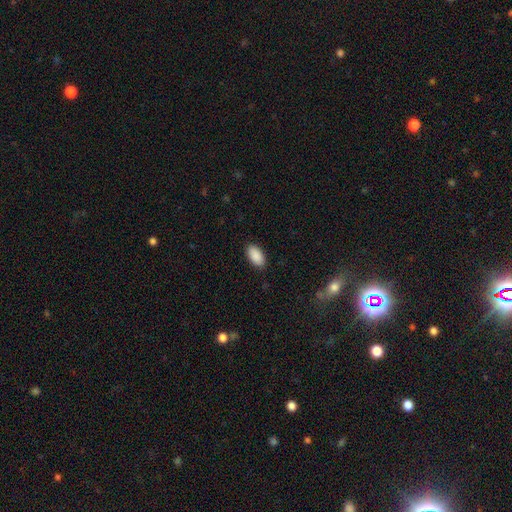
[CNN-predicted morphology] This appears to be a smooth galaxy with no disk features (90%) that is in between round and cigar-shaped (95%). Merging: none (88%).